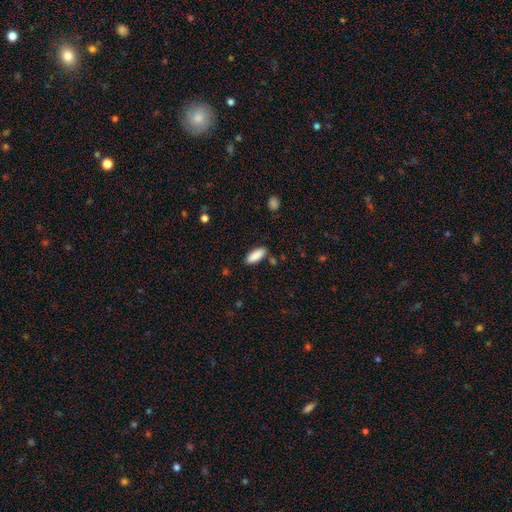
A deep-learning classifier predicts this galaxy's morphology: Smooth or featured? Predicted: smooth (p=0.88). How rounded? Predicted: in between (p=0.74). Merging? Predicted: none (p=0.82).